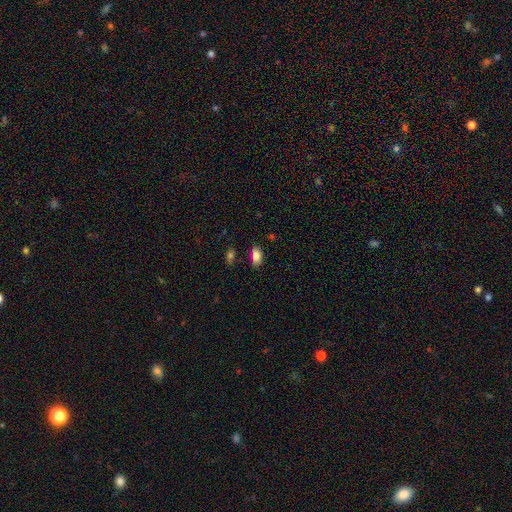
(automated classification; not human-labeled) Smooth or featured: smooth — 84% (star or artifact — 9%)
How rounded: in between — 91% (round — 6%)
Merging: none — 79% (minor disturbance — 13%)